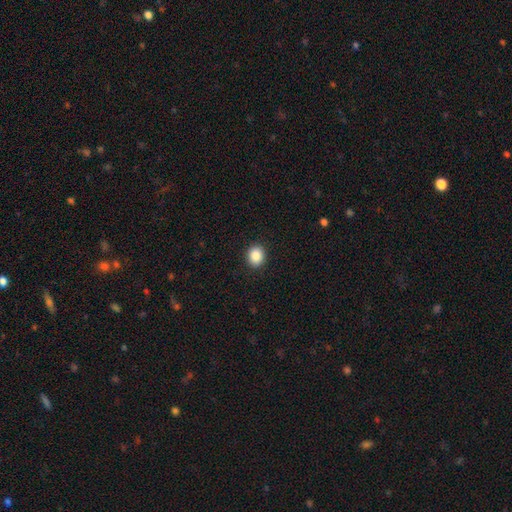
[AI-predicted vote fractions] smooth-or-featured: smooth: 88% | star or artifact: 9% | featured or disk: 4%
  how-rounded: round: 66% | in between: 33% | cigar-shaped: 1%
  merging: none: 91% | minor disturbance: 6% | major disturbance: 2% | merger: 1%